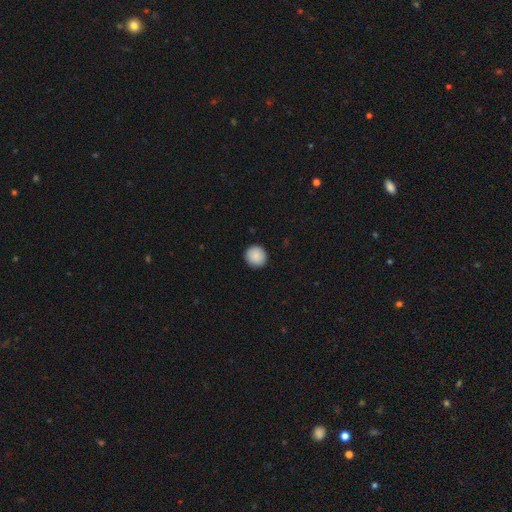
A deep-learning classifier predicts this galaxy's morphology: Smooth or featured: smooth — 89% (star or artifact — 8%)
How rounded: round — 94% (in between — 5%)
Merging: none — 93% (minor disturbance — 5%)